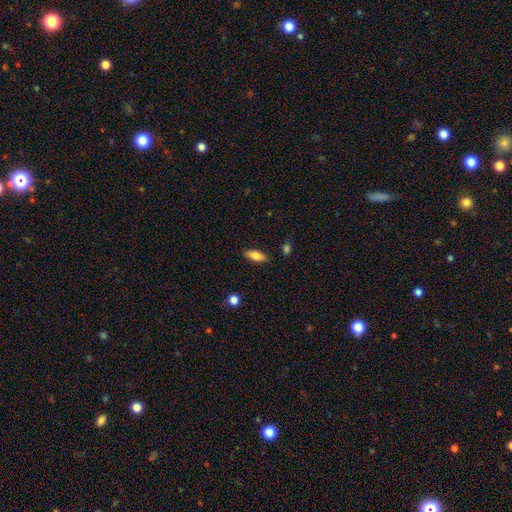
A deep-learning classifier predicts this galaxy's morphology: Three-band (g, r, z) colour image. It shows a smooth galaxy with no disk features (79%) that is in between round and cigar-shaped (77%). Merging: none (84%).